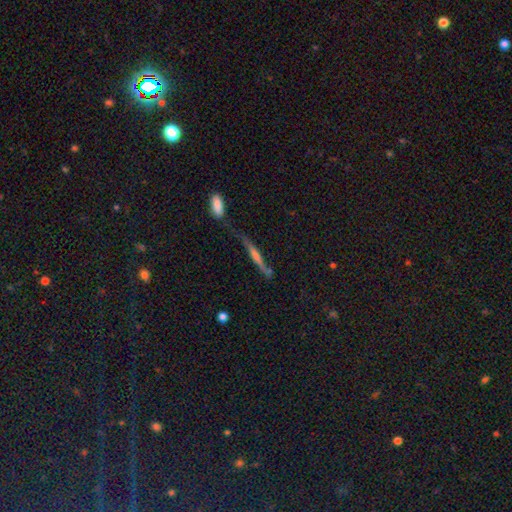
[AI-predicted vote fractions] Smooth or featured? Predicted: featured or disk (p=0.59). Edge-on disk? Predicted: yes (p=0.87). Edge-on bulge? Predicted: rounded (p=0.54). Merging? Predicted: none (p=0.57).